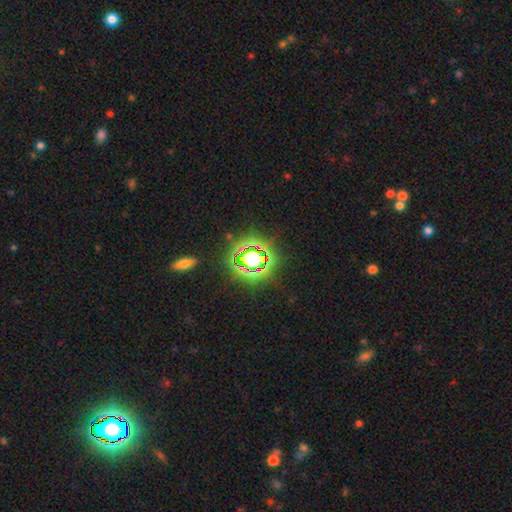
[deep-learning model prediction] Overall: star or artifact (77%).